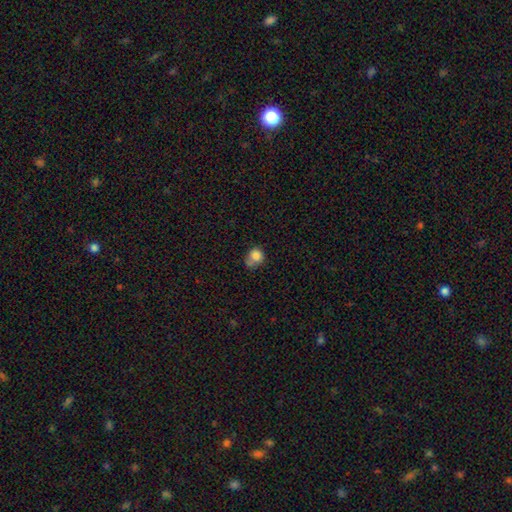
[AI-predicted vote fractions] The model was most divided on "merging": none: 40%, minor disturbance: 31%, merger: 16%, major disturbance: 12%. More confident: smooth or featured — smooth (81%); how rounded — round (70%).